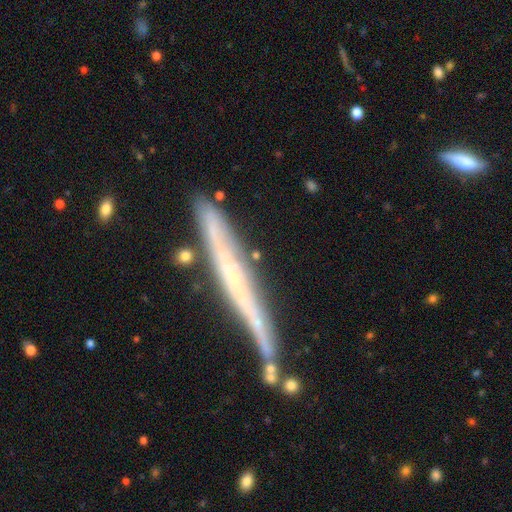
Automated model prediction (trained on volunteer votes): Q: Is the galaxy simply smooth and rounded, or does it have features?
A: featured or disk — 49%.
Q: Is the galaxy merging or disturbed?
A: none — 79%.